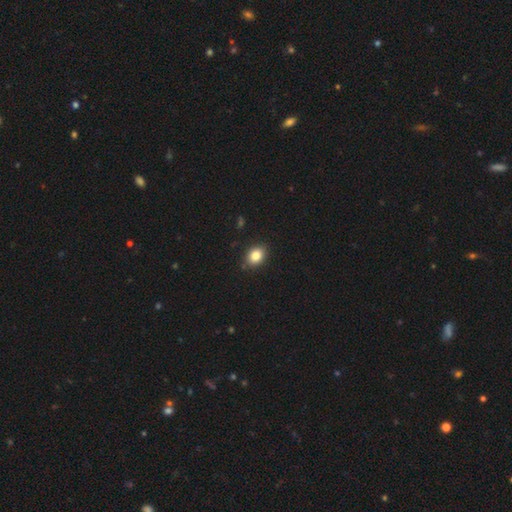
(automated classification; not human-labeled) Morphology: type=smooth (84%); roundness=in between (61%); merging=none (86%).